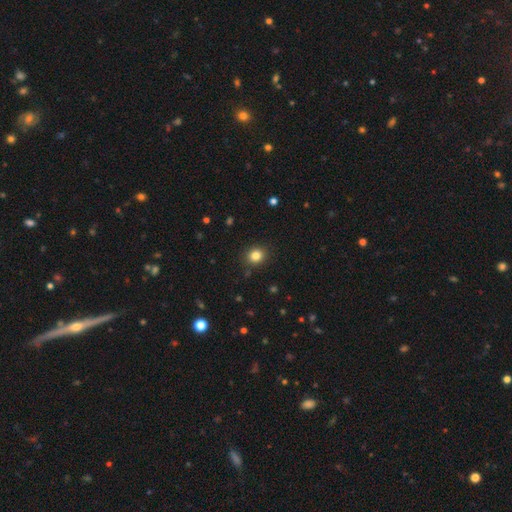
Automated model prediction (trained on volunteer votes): This is clearly a smooth galaxy (82%). How rounded: likely round (78%). Merging: clearly none (89%).